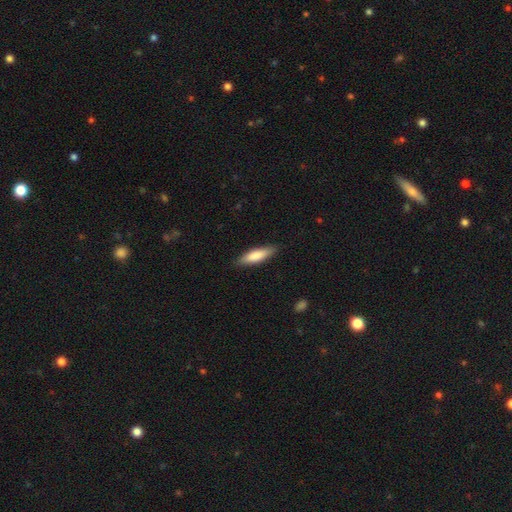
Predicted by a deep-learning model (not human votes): smooth-or-featured: smooth: 80% | featured or disk: 15% | star or artifact: 5%
  how-rounded: cigar-shaped: 64% | in between: 35% | round: 1%
  merging: none: 87% | minor disturbance: 10% | major disturbance: 2% | merger: 1%